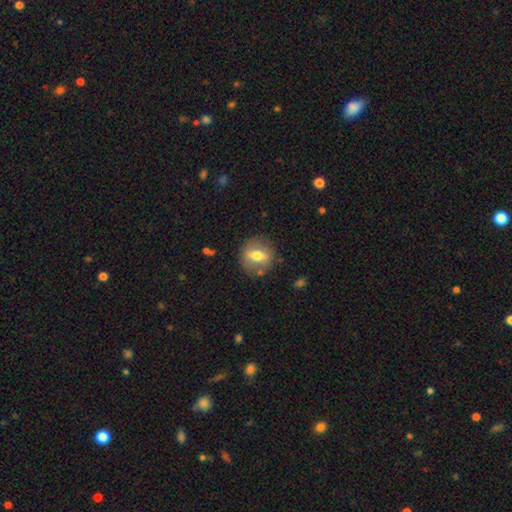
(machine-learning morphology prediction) This is possibly a smooth galaxy (47%). Merging: clearly none (84%).